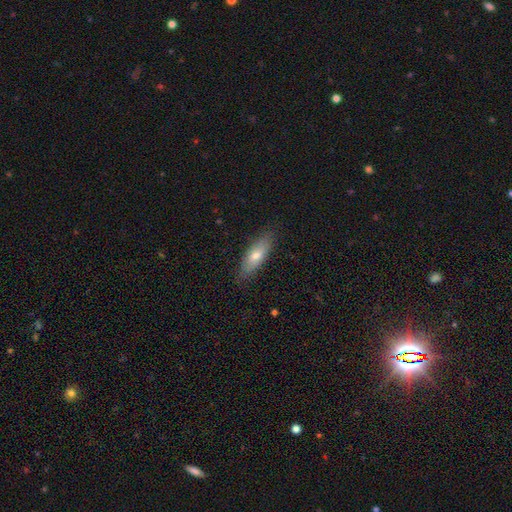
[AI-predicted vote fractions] Smooth or featured?
  - smooth: 68% *
  - featured or disk: 26%
  - star or artifact: 6%
How rounded?
  - in between: 55% *
  - cigar-shaped: 43%
  - round: 2%
Merging?
  - none: 84% *
  - minor disturbance: 13%
  - major disturbance: 2%
  - merger: 1%